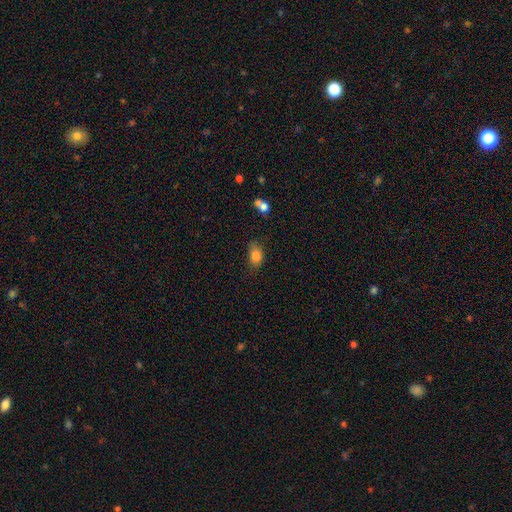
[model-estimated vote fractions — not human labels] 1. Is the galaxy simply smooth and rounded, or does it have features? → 83% smooth, 10% star or artifact, 7% featured or disk.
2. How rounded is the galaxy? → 79% in between, 19% round, 2% cigar-shaped.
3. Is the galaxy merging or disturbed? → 62% none, 27% minor disturbance, 8% major disturbance, 3% merger.